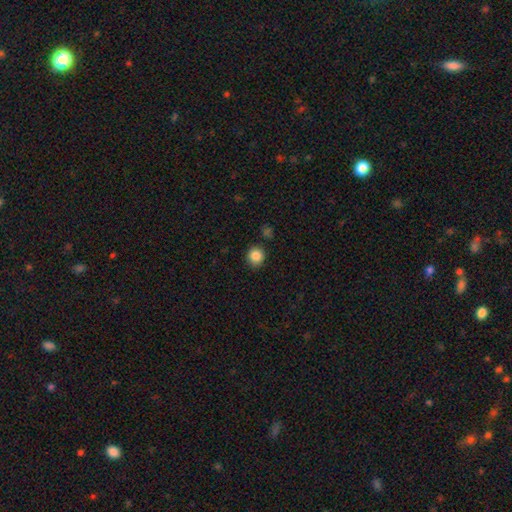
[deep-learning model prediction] smooth 86%, star or artifact 10%, featured or disk 4%. Down the decision tree: how rounded — round (88%); merging — none (87%).